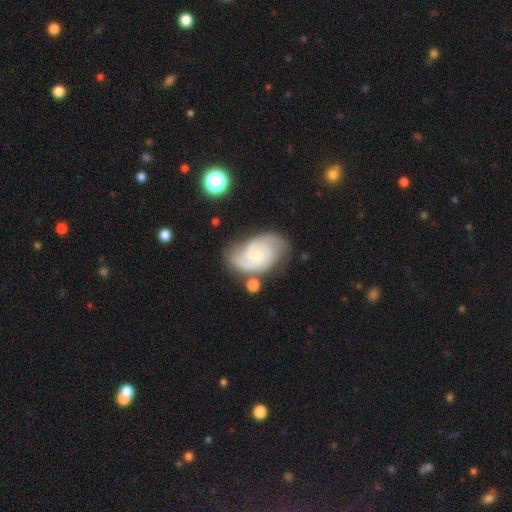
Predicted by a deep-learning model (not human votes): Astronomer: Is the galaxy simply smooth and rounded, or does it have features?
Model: featured or disk — 80%.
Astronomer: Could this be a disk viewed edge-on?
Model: no — 97%.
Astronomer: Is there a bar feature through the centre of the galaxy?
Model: no — 67%.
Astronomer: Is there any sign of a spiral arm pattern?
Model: yes — 95%.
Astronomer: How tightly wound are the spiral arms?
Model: tight — 48% (runner-up: medium, 41%).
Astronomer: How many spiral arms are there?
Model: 2 — 55%.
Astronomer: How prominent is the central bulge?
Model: small — 71%.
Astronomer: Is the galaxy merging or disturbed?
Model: none — 61%.